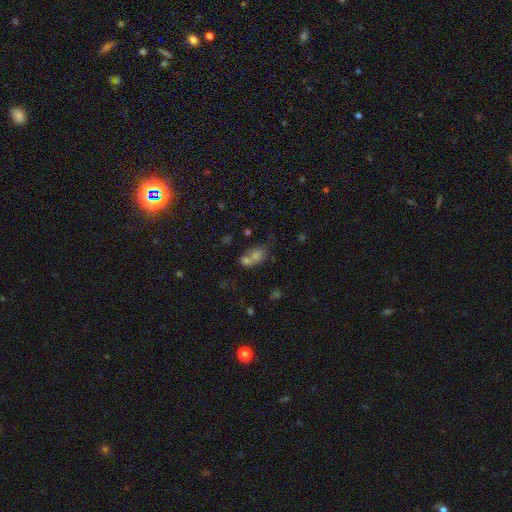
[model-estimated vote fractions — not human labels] Q: Smooth or featured?
A: smooth (63%); runner-up: star or artifact (22%)
Q: How rounded?
A: in between (54%); runner-up: round (43%)
Q: Merging?
A: merger (55%); runner-up: none (31%)